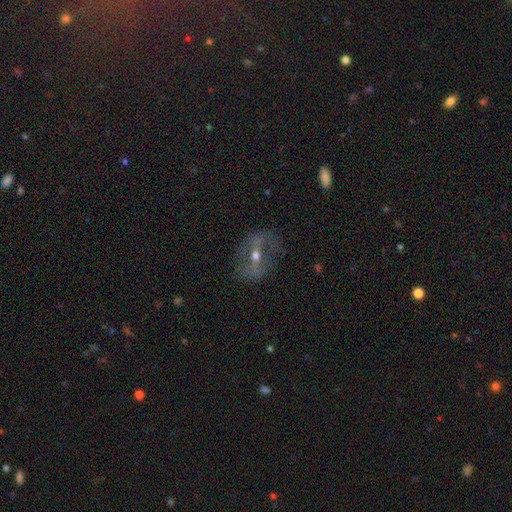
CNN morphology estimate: smooth-or-featured: featured or disk: 75% | smooth: 16% | star or artifact: 9%
  disk-edge-on: no: 82% | yes: 18%
    bar: strong: 54% | weak: 28% | no: 18%
    has-spiral-arms: yes: 50% (tied) | no: 50% (tied)
    bulge-size: moderate: 64% | small: 31% | large: 3% | none: 1% | dominant: 1%
  merging: none: 74% | minor disturbance: 15% | major disturbance: 10% | merger: 2%